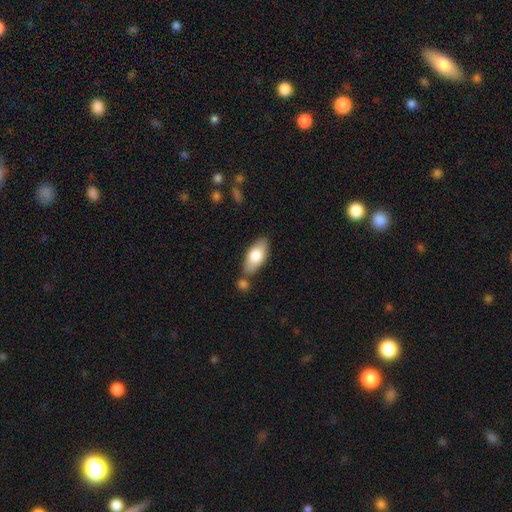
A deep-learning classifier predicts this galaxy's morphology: The model was most divided on "smooth or featured": smooth: 74%, featured or disk: 20%, star or artifact: 6%. More confident: how rounded — in between (86%); merging — none (72%).